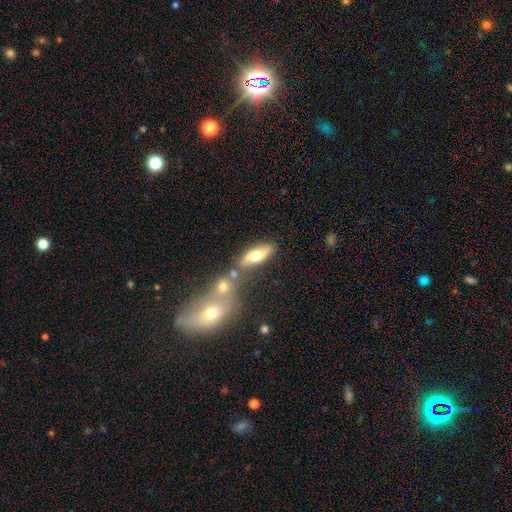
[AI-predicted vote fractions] Smooth or featured? Predicted: smooth (p=0.58). How rounded? Predicted: in between (p=0.71). Merging? Predicted: none (p=0.64).